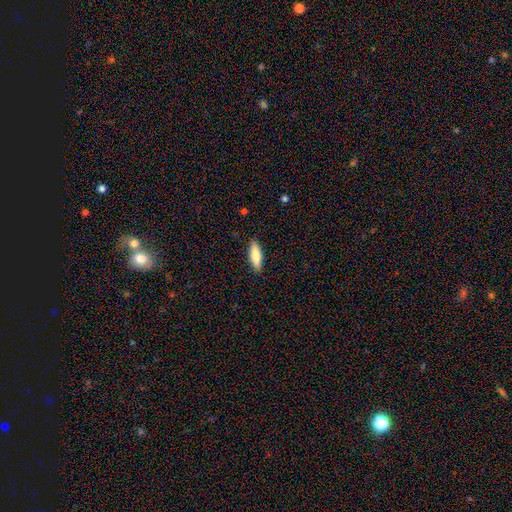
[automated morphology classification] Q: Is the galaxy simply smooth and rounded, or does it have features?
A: smooth — 74%.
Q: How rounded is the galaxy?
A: in between — 49%, tied with cigar-shaped.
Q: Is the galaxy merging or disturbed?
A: none — 90%.